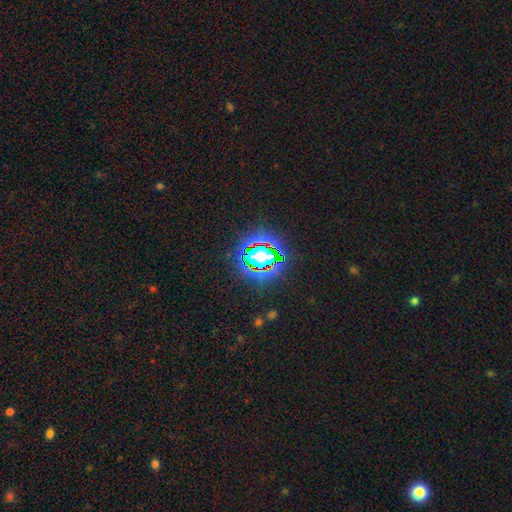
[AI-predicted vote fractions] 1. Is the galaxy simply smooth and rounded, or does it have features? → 82% star or artifact, 11% smooth, 7% featured or disk.